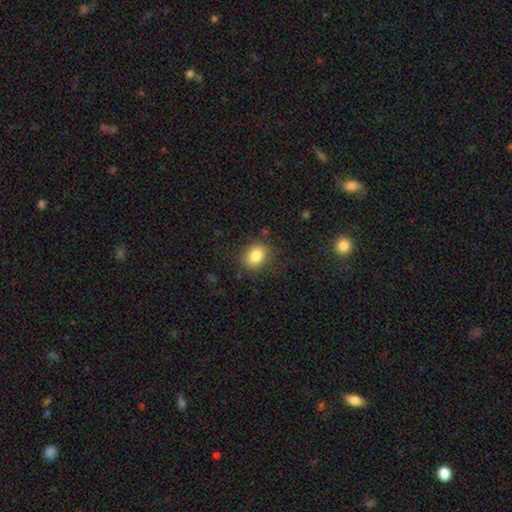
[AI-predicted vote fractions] smooth_or_featured: smooth (p=0.84) [alt: star or artifact p=0.10]
how_rounded: in between (p=0.50) [alt: round p=0.49]
merging: none (p=0.85) [alt: minor disturbance p=0.11]